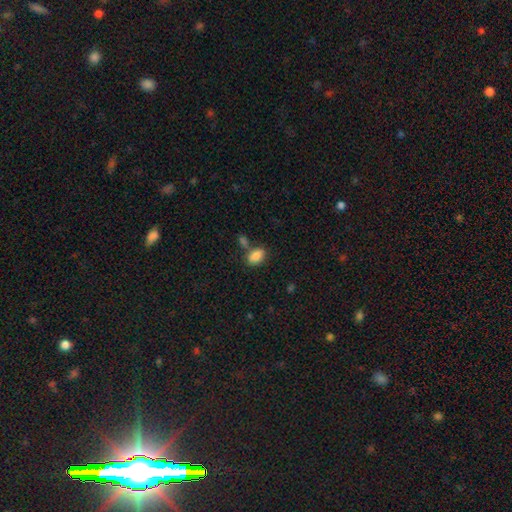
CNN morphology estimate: A smooth galaxy with no disk features (87%) that is in between round and cigar-shaped (90%). Merging: none (63%).